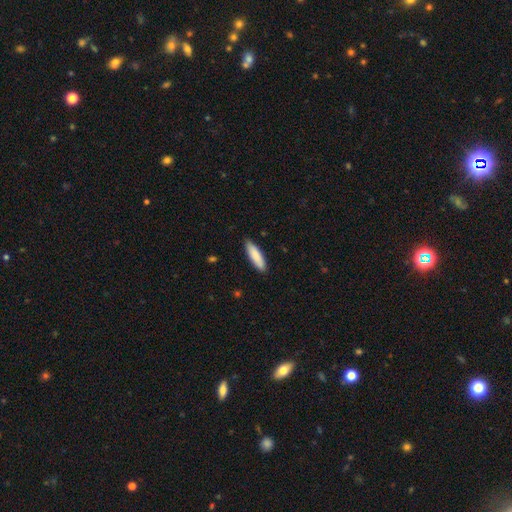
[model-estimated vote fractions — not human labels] smooth-or-featured: smooth: 87% | featured or disk: 8% | star or artifact: 5%
  how-rounded: cigar-shaped: 63% | in between: 35% | round: 1%
  merging: none: 88% | minor disturbance: 10% | major disturbance: 2% | merger: 1%